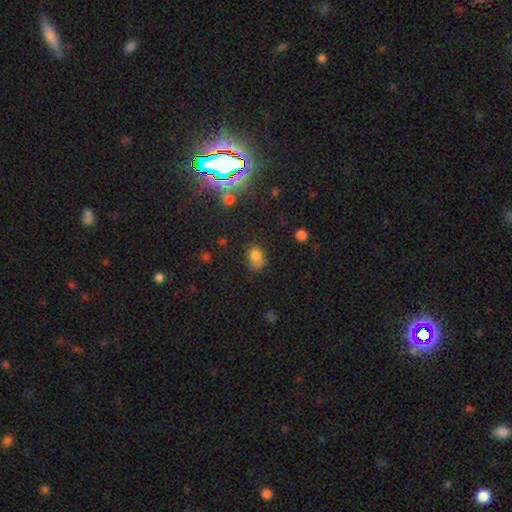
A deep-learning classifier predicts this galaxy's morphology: Smooth or featured: smooth — 77% (star or artifact — 15%)
How rounded: in between — 61% (round — 38%)
Merging: none — 48% (minor disturbance — 31%)